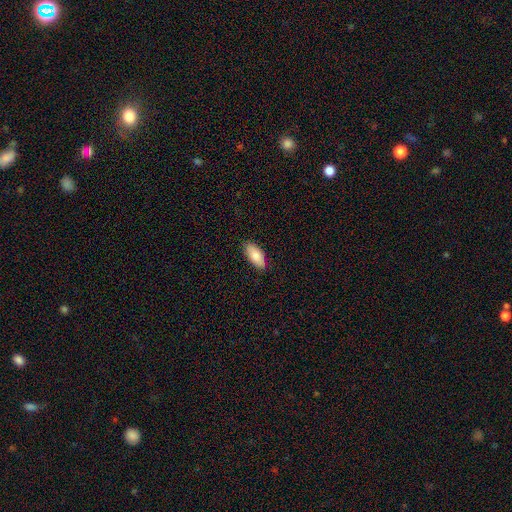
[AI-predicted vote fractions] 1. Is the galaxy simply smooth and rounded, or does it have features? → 83% smooth, 11% featured or disk, 6% star or artifact.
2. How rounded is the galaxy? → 89% in between, 9% cigar-shaped, 2% round.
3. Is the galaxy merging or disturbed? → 87% none, 11% minor disturbance, 2% major disturbance, 1% merger.